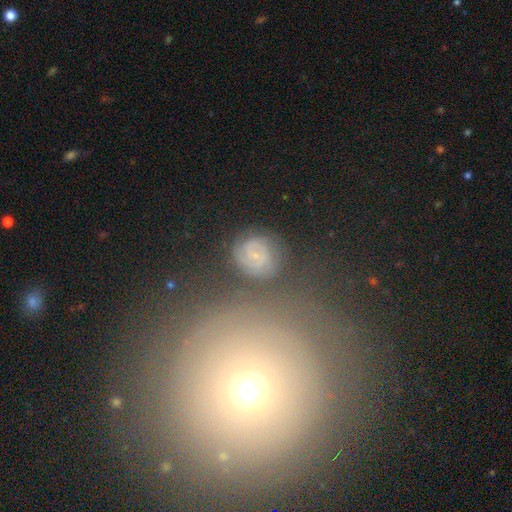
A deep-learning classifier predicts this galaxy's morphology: This is likely a featured or disk galaxy (65%). It is clearly not viewed edge-on (98%). Bar: possibly no (52%). Spiral arm pattern: clearly yes (89%). Spiral arm count: possibly 2 (49%). Spiral winding: likely tight (61%). Central bulge: likely small (78%). Merging: likely none (74%).